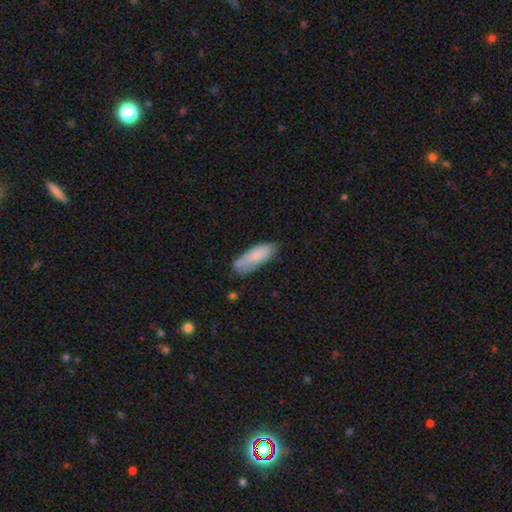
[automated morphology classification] This appears to be a smooth galaxy with no disk features (77%) that is in between round and cigar-shaped (67%). Merging: none (62%).